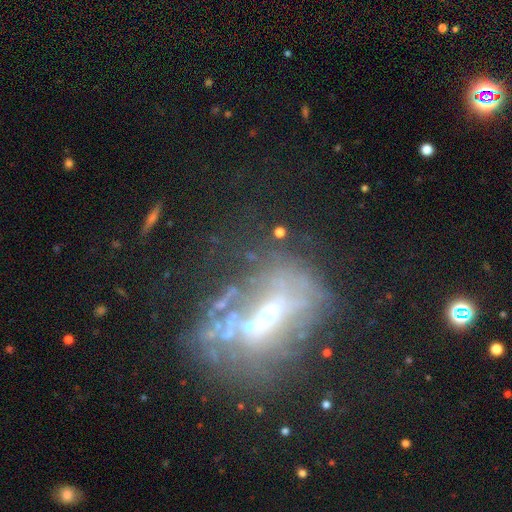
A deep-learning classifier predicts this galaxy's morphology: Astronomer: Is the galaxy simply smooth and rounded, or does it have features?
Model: featured or disk — 60%.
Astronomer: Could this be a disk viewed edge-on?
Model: no — 87%.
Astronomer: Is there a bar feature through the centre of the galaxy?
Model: no — 58%.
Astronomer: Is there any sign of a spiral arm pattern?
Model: no — 77%.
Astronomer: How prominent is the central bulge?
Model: small — 52% (runner-up: moderate, 38%).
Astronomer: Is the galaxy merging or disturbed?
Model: none — 42% (runner-up: major disturbance, 30%).